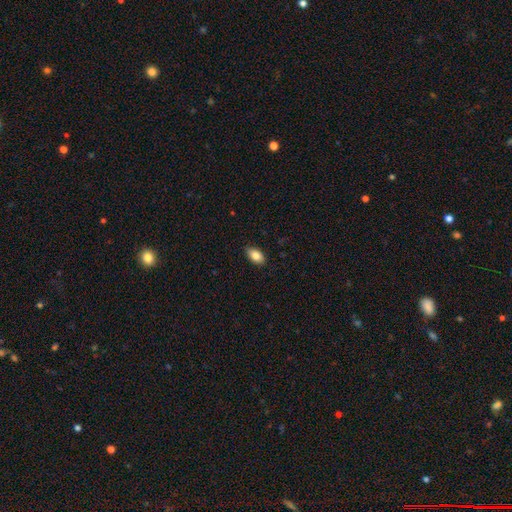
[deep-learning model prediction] smooth-or-featured: smooth: 83% | featured or disk: 10% | star or artifact: 8%
  how-rounded: in between: 91% | round: 7% | cigar-shaped: 2%
  merging: none: 86% | minor disturbance: 11% | major disturbance: 2% | merger: 1%